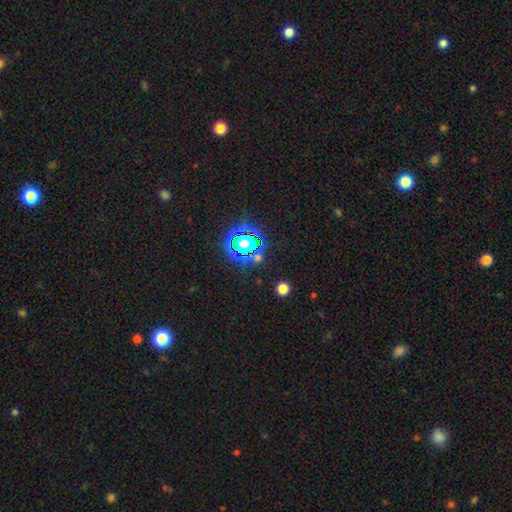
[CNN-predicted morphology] type=star or artifact (71%).